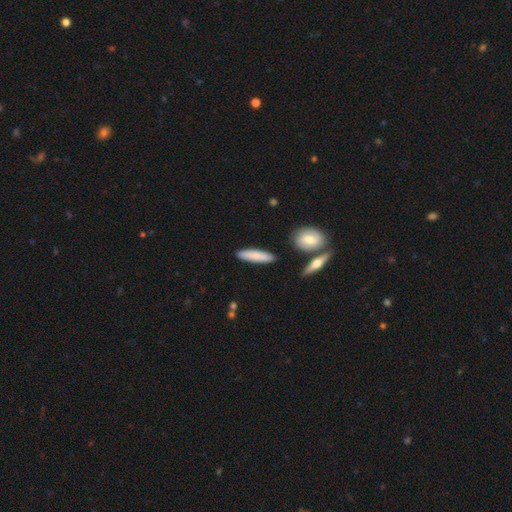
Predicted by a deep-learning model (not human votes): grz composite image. It shows a smooth galaxy with no disk features (81%) that is cigar-shaped (78%). Merging: none (87%).